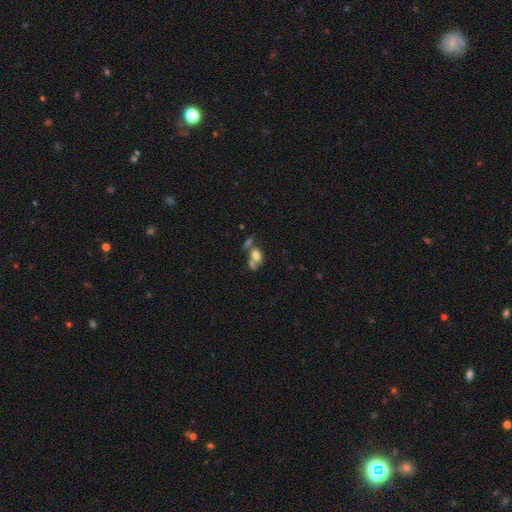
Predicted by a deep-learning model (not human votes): Q: Smooth or featured?
A: smooth (69%); runner-up: featured or disk (20%)
Q: How rounded?
A: in between (66%); runner-up: round (31%)
Q: Merging?
A: merger (46%); runner-up: none (32%)